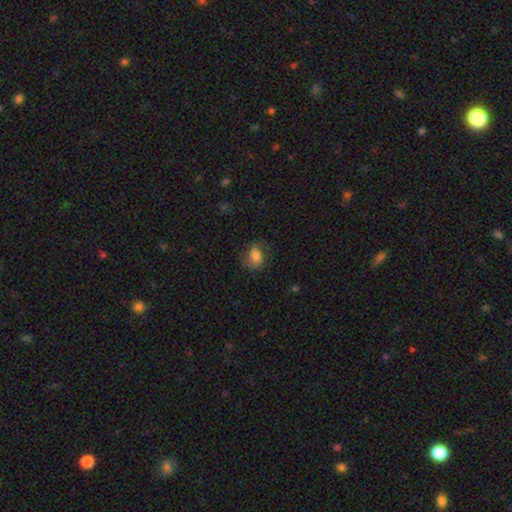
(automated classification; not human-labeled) smooth 76%, featured or disk 14%, star or artifact 10%. Down the decision tree: how rounded — in between (64%); merging — none (66%).